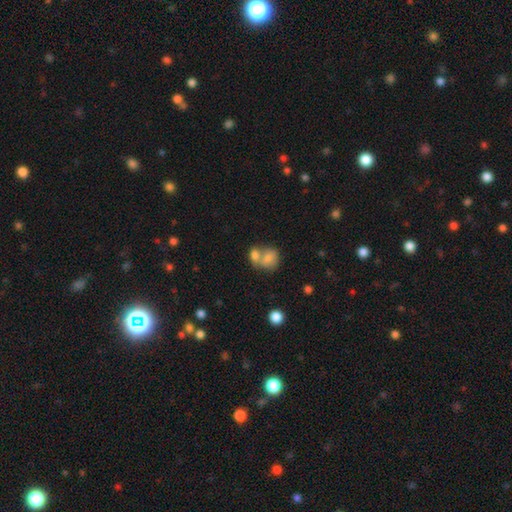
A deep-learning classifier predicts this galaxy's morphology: Smooth or featured?
  - smooth: 75% *
  - featured or disk: 16%
  - star or artifact: 9%
How rounded?
  - round: 50% *
  - in between: 48%
  - cigar-shaped: 2%
Merging?
  - merger: 64% *
  - none: 24%
  - minor disturbance: 8%
  - major disturbance: 4%